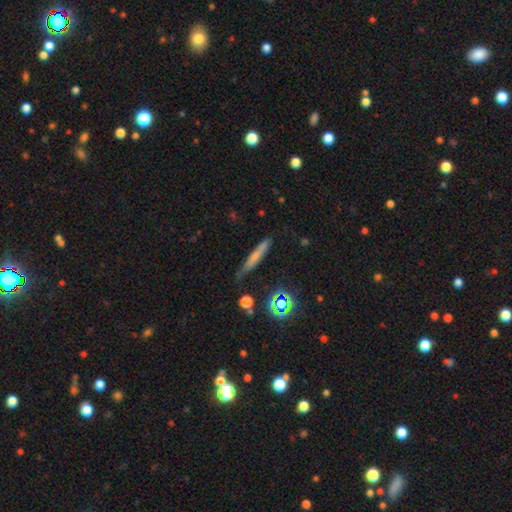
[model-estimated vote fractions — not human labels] Smooth or featured?
  - smooth: 60% *
  - featured or disk: 26%
  - star or artifact: 14%
How rounded?
  - cigar-shaped: 90% *
  - in between: 6%
  - round: 4%
Merging?
  - none: 75% *
  - minor disturbance: 18%
  - major disturbance: 4%
  - merger: 3%